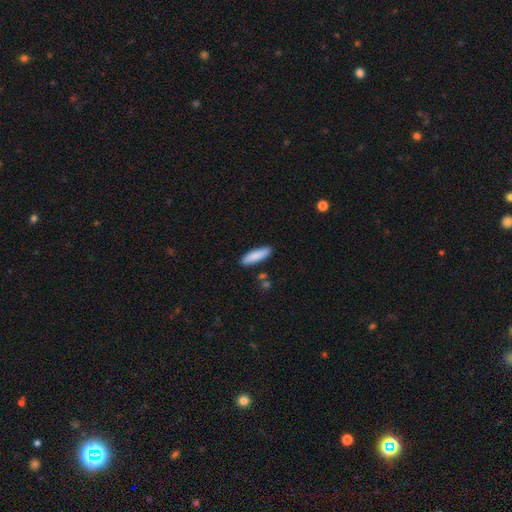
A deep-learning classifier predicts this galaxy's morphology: Smooth or featured? Predicted: smooth (p=0.86). How rounded? Predicted: cigar-shaped (p=0.60). Merging? Predicted: none (p=0.84).